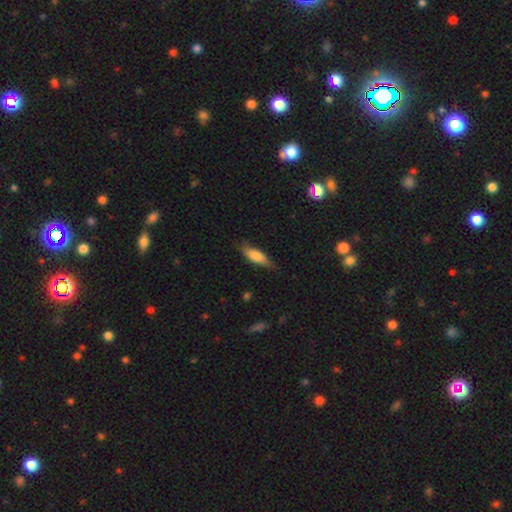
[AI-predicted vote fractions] Smooth or featured? smooth (75%)
How rounded? in between (57%)
Merging? none (70%)